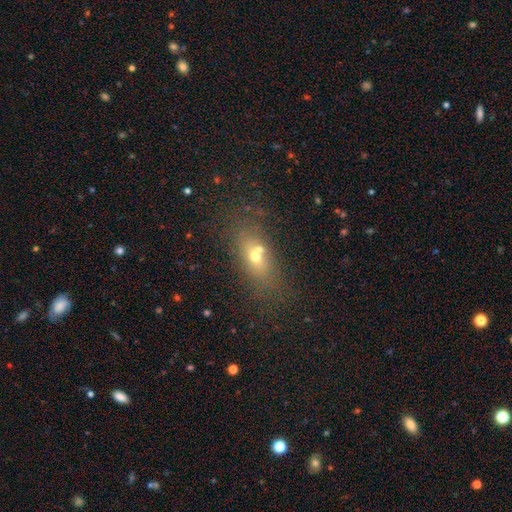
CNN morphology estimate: Overall: smooth (58%; featured or disk 26%). How rounded: in between (68%). Merging: none (52%; merger 30%).